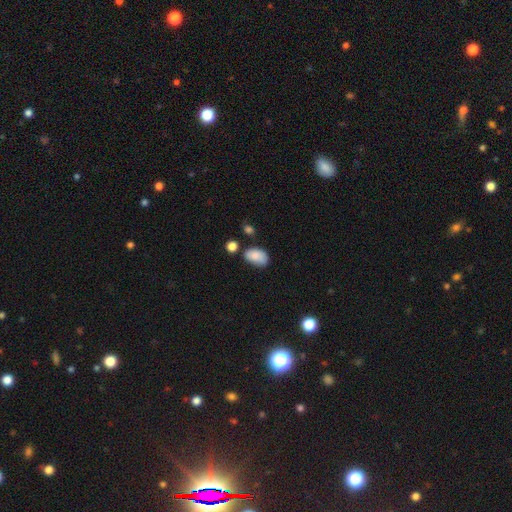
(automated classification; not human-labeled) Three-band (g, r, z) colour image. It shows a smooth galaxy with no disk features (84%) that is in between round and cigar-shaped (90%). Merging: none (58%).